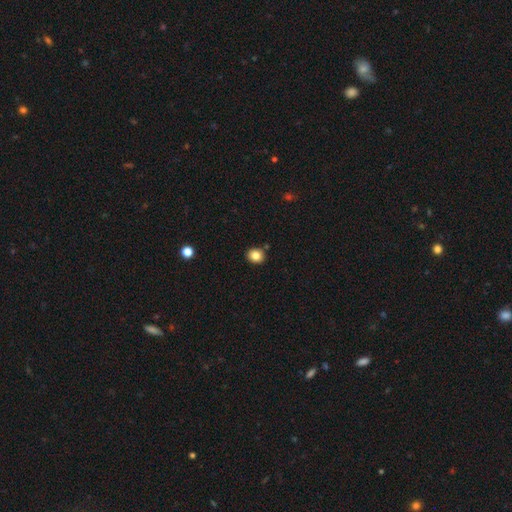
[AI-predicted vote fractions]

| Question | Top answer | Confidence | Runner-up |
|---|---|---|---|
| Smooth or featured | smooth | 83% | star or artifact (11%) |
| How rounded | round | 73% | in between (26%) |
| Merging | none | 86% | minor disturbance (8%) |